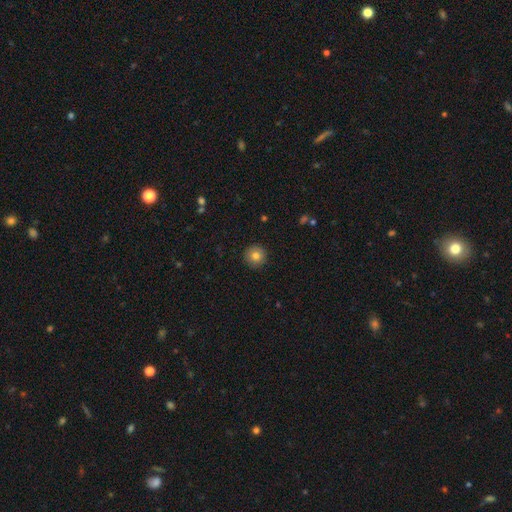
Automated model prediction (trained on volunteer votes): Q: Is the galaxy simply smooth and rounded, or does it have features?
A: smooth — 81%.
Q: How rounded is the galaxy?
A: round — 96%.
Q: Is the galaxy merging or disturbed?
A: none — 92%.